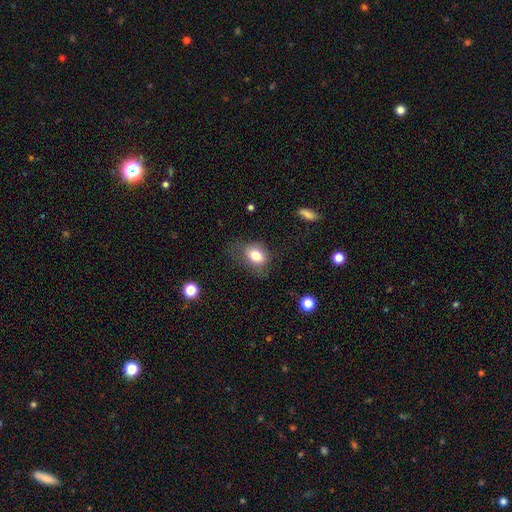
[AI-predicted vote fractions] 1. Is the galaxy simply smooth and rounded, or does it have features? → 78% smooth, 13% featured or disk, 9% star or artifact.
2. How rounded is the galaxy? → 68% in between, 31% round, 1% cigar-shaped.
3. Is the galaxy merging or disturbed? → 51% none, 27% minor disturbance, 20% major disturbance, 2% merger.